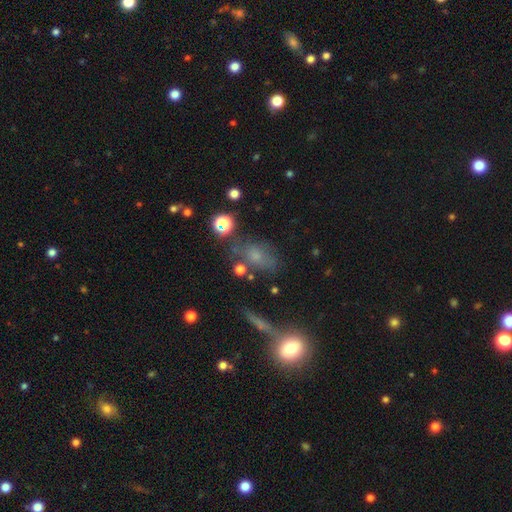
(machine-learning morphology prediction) Smooth or featured?
  - smooth: 57% *
  - star or artifact: 23%
  - featured or disk: 20%
How rounded?
  - in between: 68% *
  - round: 25%
  - cigar-shaped: 7%
Merging?
  - none: 58% *
  - minor disturbance: 20%
  - major disturbance: 12%
  - merger: 10%